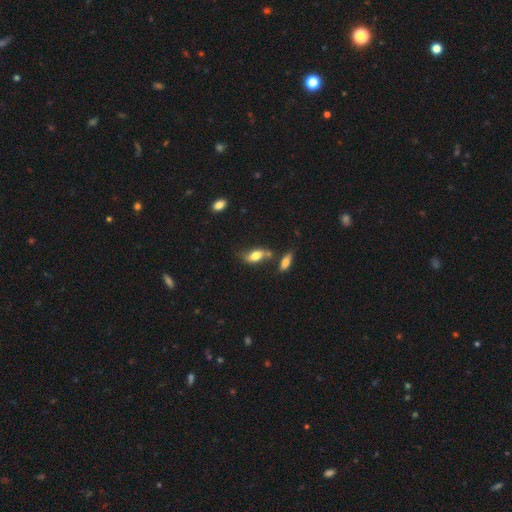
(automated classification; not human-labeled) smooth_or_featured: smooth (p=0.72) [alt: featured or disk p=0.20]
how_rounded: in between (p=0.84) [alt: cigar-shaped p=0.10]
merging: none (p=0.52) [alt: merger p=0.22]